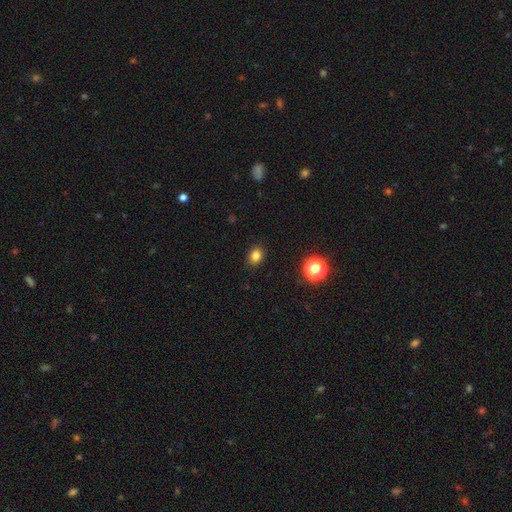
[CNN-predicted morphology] Smooth or featured: smooth — 82% (star or artifact — 14%)
How rounded: round — 51% (in between — 48%)
Merging: none — 89% (minor disturbance — 8%)